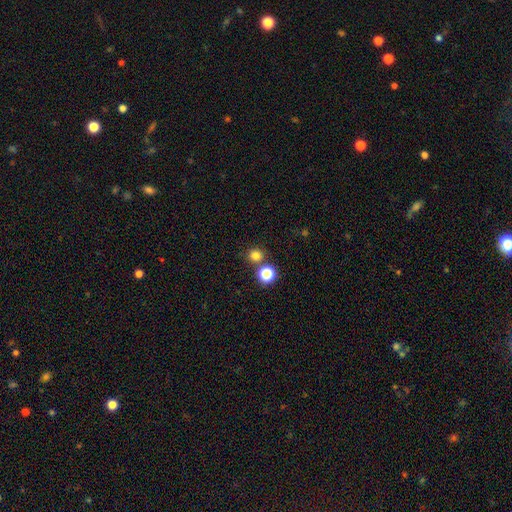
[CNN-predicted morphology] smooth-or-featured: smooth: 78% | star or artifact: 17% | featured or disk: 5%
  how-rounded: round: 89% | in between: 10% | cigar-shaped: 1%
  merging: none: 72% | merger: 18% | minor disturbance: 7% | major disturbance: 3%